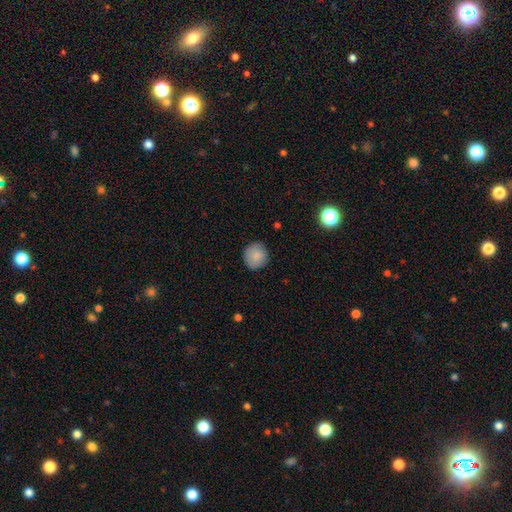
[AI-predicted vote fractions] Overall: smooth (86%). How rounded: round (92%). Merging: none (87%).